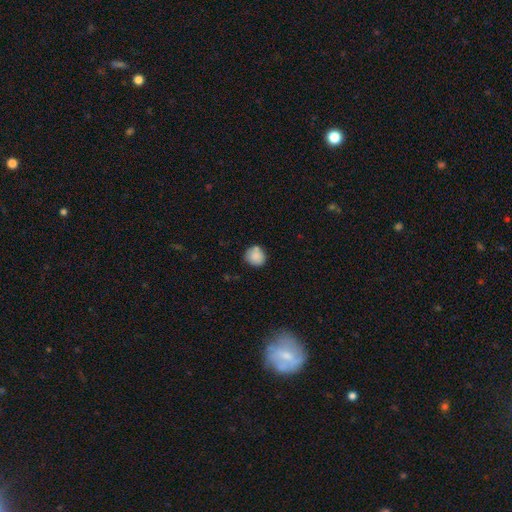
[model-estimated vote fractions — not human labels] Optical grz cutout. It shows a smooth galaxy with no disk features (86%) that is round (86%). Merging: none (71%).